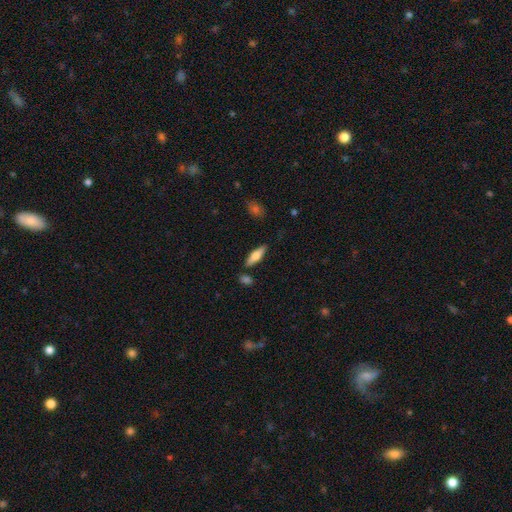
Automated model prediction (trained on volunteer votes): The model was most divided on "how rounded": cigar-shaped: 59%, in between: 39%, round: 2%. More confident: merging — none (83%); smooth or featured — smooth (61%).